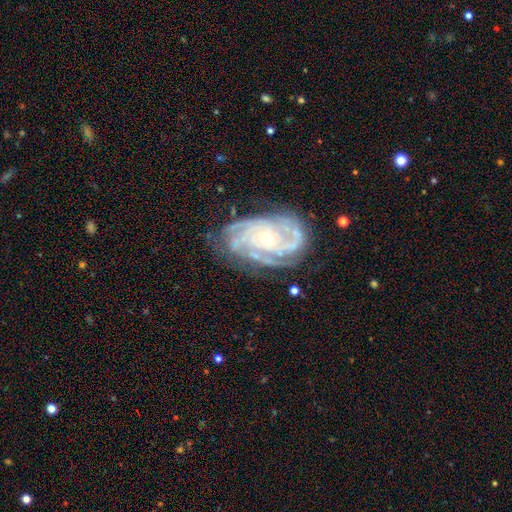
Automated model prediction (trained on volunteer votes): A featured or disk galaxy (89%) with no bar (72%), 4 (26%) tight (71%) spiral arms (98%) and a small central bulge (72%). Merging: none (70%).